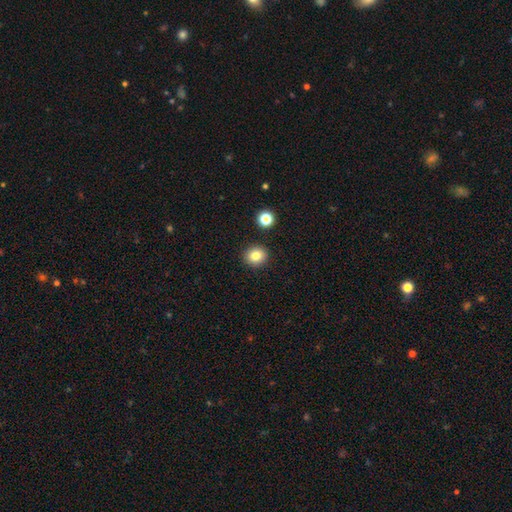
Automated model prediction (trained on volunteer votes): A smooth galaxy with no disk features (82%) that is round (83%). Merging: none (90%).